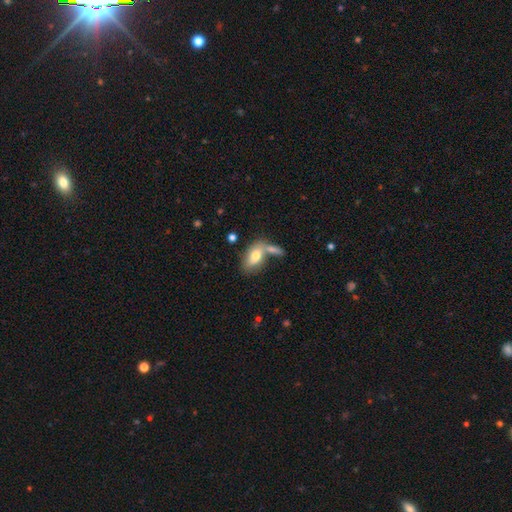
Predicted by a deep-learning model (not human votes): Smooth or featured?
  - smooth: 72% *
  - featured or disk: 21%
  - star or artifact: 7%
How rounded?
  - in between: 88% *
  - cigar-shaped: 7%
  - round: 5%
Merging?
  - none: 45% *
  - merger: 36%
  - minor disturbance: 13%
  - major disturbance: 6%